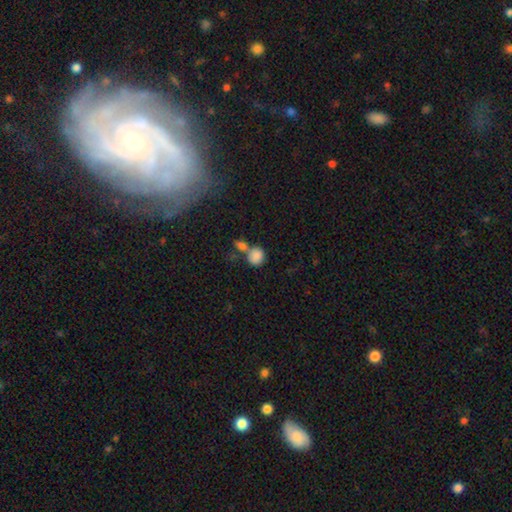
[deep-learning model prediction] smooth_or_featured: smooth (p=0.84) [alt: star or artifact p=0.09]
how_rounded: round (p=0.75) [alt: in between p=0.24]
merging: merger (p=0.45) [alt: none p=0.40]